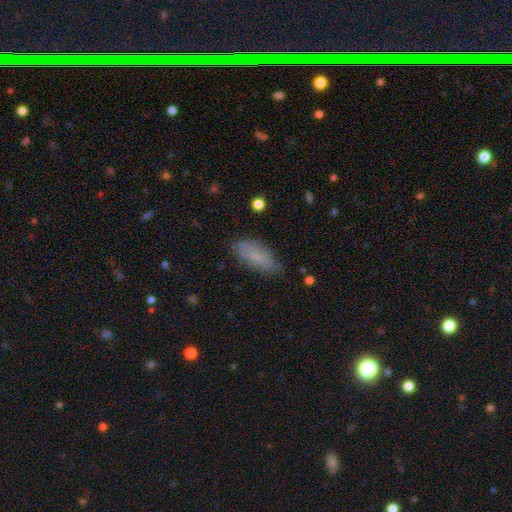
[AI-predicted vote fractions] Smooth or featured? smooth (77%)
How rounded? in between (79%)
Merging? none (77%)